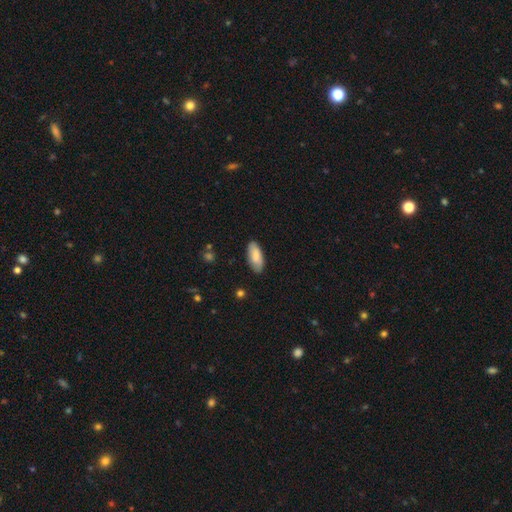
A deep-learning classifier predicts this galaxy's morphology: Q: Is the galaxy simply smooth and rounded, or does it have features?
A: smooth — 82%.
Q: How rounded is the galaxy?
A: in between — 85%.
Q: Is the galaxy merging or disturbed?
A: none — 83%.